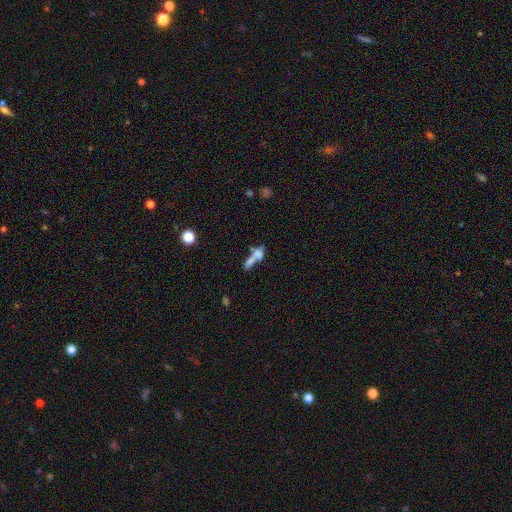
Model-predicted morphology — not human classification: A smooth galaxy with no disk features (60%) that is in between round and cigar-shaped (53%). Merging: merger (61%).